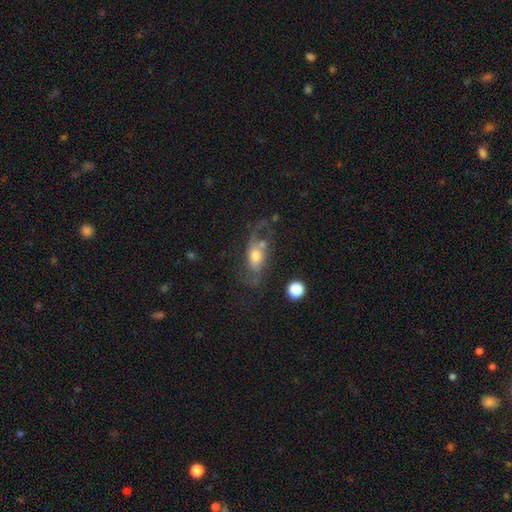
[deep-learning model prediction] featured or disk 58%, smooth 33%, star or artifact 9%. Down the decision tree: edge-on disk — no (87%); bar — no (71%); spiral arms — yes (72%); bulge size — moderate (63%); merging — none (40%).